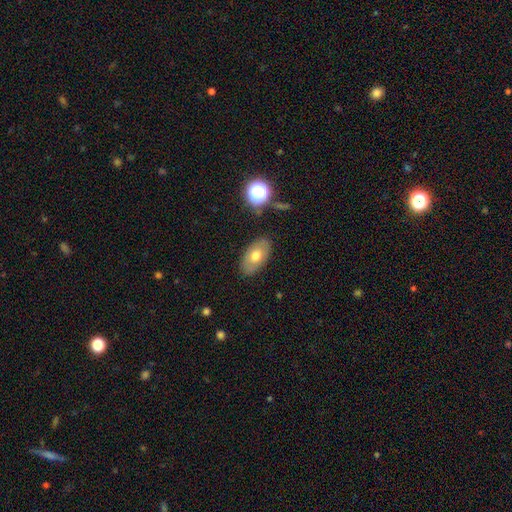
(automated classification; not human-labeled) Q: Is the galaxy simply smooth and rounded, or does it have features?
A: smooth — 64%.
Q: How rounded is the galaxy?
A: in between — 91%.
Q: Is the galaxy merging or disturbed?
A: none — 83%.